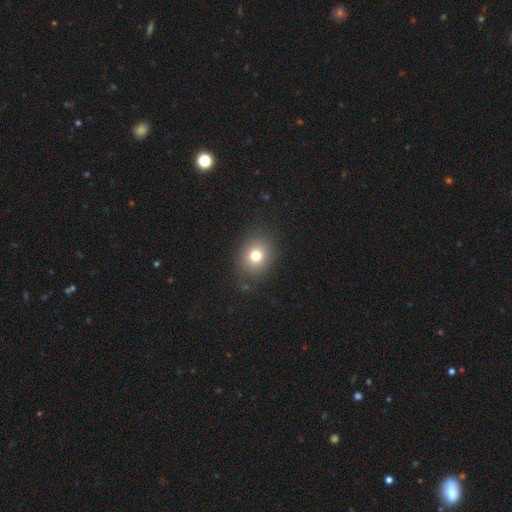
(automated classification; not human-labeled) Overall: smooth (77%). How rounded: round (55%; in between 44%). Merging: none (83%).